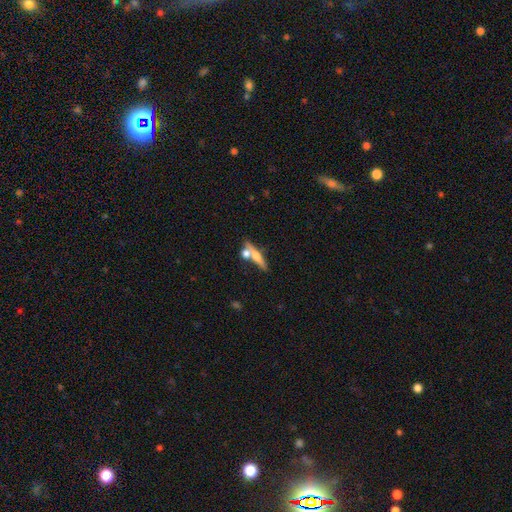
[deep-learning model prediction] Smooth or featured? Predicted: smooth (p=0.47). Merging? Predicted: none (p=0.54).